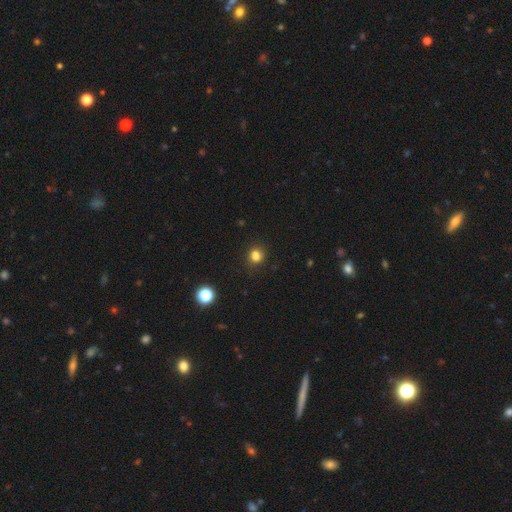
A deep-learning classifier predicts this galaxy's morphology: Smooth or featured? Predicted: smooth (p=0.80). How rounded? Predicted: round (p=0.72). Merging? Predicted: none (p=0.76).